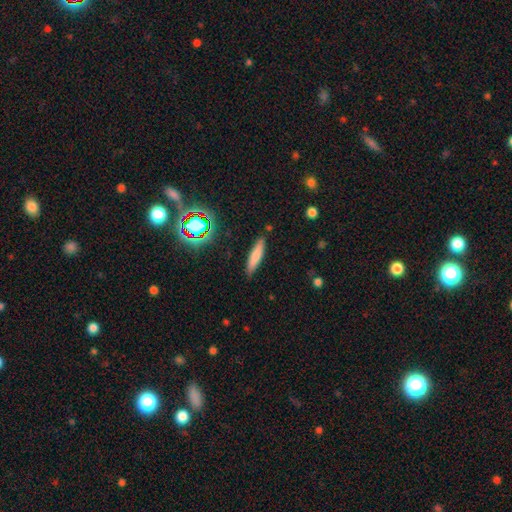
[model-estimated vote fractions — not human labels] Smooth or featured? Predicted: smooth (p=0.73). How rounded? Predicted: cigar-shaped (p=0.81). Merging? Predicted: none (p=0.87).